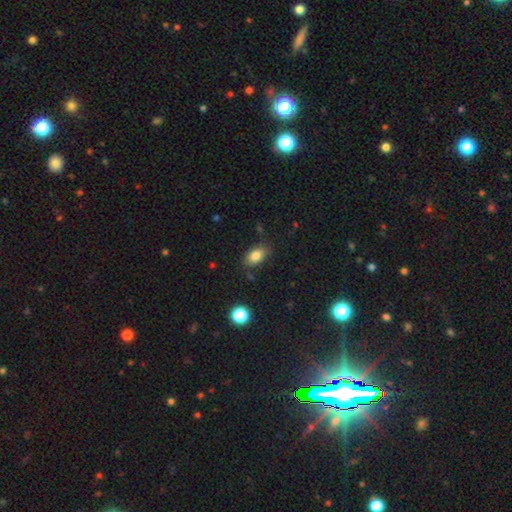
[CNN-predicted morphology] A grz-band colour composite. It shows a smooth galaxy with no disk features (83%) that is in between round and cigar-shaped (88%). Merging: none (80%).